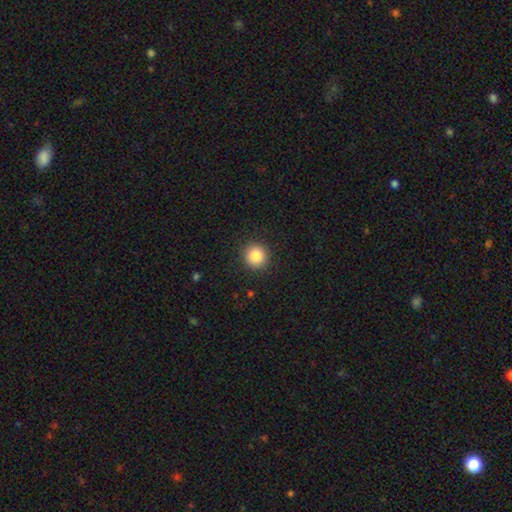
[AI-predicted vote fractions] Smooth or featured?
  - smooth: 86% *
  - star or artifact: 10%
  - featured or disk: 5%
How rounded?
  - round: 93% *
  - in between: 6%
  - cigar-shaped: 1%
Merging?
  - none: 91% *
  - minor disturbance: 6%
  - major disturbance: 2%
  - merger: 1%